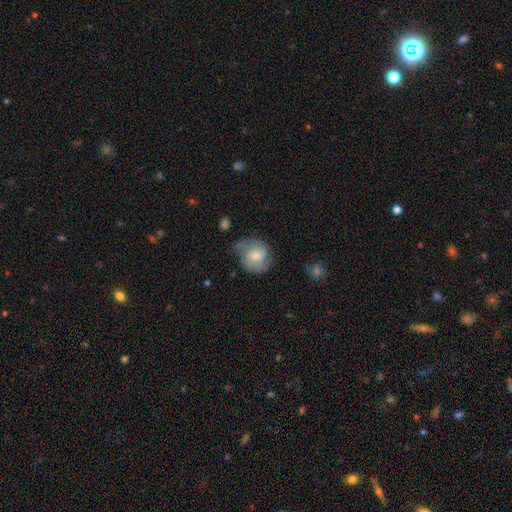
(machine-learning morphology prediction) Overall: smooth (55%; featured or disk 38%). How rounded: round (63%; in between 36%). Merging: none (49%; minor disturbance 33%).